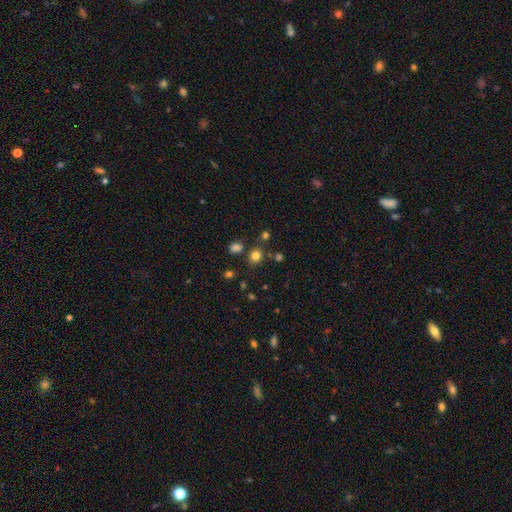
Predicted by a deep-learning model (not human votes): This appears to be a smooth galaxy with no disk features (78%) that is round (73%). Merging: none (77%).